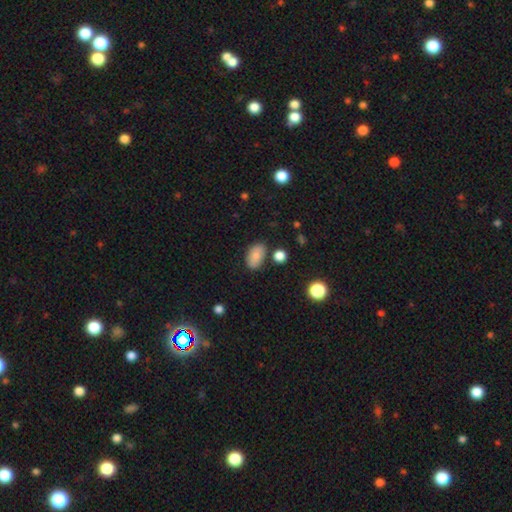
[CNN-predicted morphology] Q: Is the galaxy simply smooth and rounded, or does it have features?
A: smooth — 80%.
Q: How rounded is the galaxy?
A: in between — 90%.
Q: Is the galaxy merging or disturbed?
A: none — 76%.